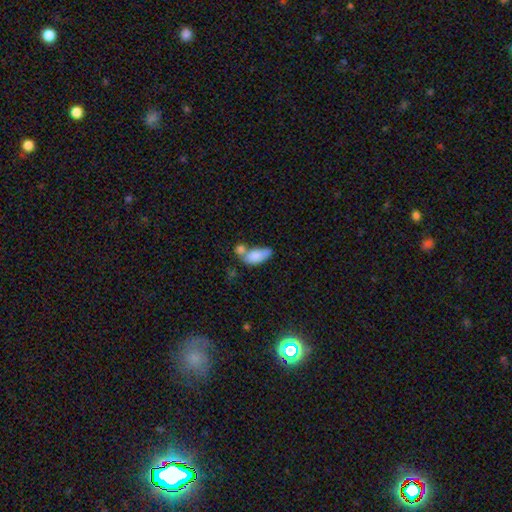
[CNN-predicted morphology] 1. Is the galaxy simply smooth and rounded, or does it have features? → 80% smooth, 12% featured or disk, 8% star or artifact.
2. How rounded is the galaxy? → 88% in between, 8% cigar-shaped, 4% round.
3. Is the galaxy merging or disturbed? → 49% merger, 26% none, 15% minor disturbance, 9% major disturbance.